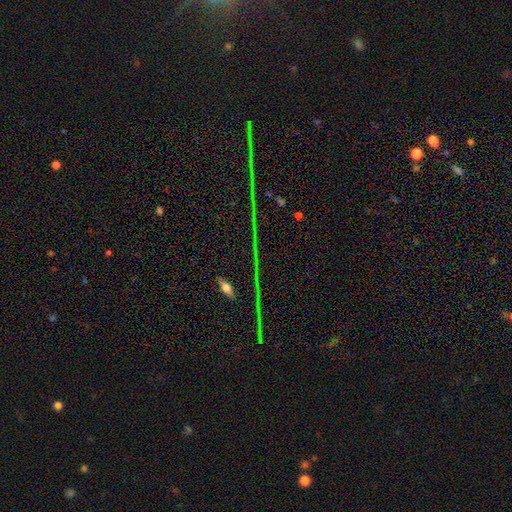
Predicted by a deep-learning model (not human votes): smooth_or_featured: star or artifact (p=0.81) [alt: featured or disk p=0.11]